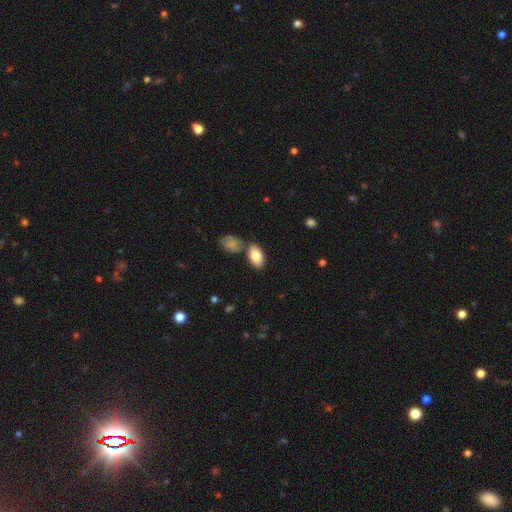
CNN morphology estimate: Smooth or featured? Predicted: smooth (p=0.83). How rounded? Predicted: in between (p=0.93). Merging? Predicted: none (p=0.69).